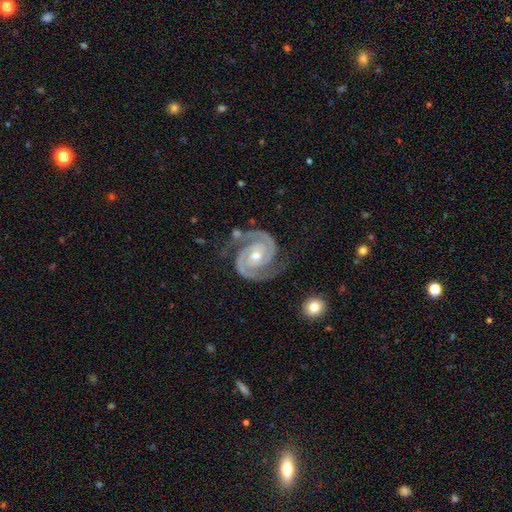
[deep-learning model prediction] Smooth or featured: featured or disk — 94% (star or artifact — 4%)
Edge-on disk: no — 98% (yes — 2%)
Bar: no — 57% (weak — 29%)
Spiral arms: yes — 99% (no — 1%)
Spiral winding: tight — 65% (medium — 32%)
Spiral arm count: 2 — 93% (3 — 2%)
Bulge size: moderate — 66% (small — 30%)
Merging: none — 77% (minor disturbance — 15%)